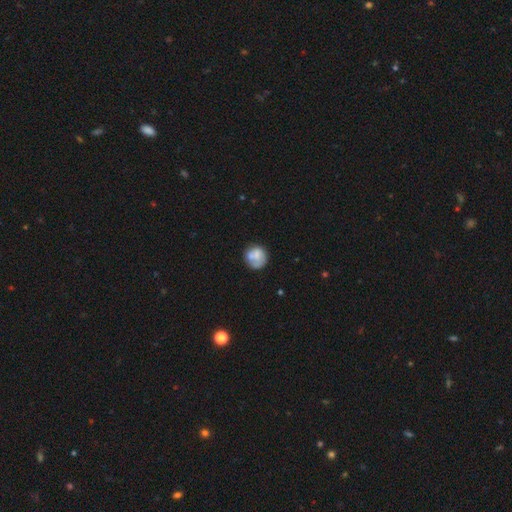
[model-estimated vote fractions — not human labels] This is likely a smooth galaxy (60%). How rounded: clearly round (86%). Merging: possibly none (55%).